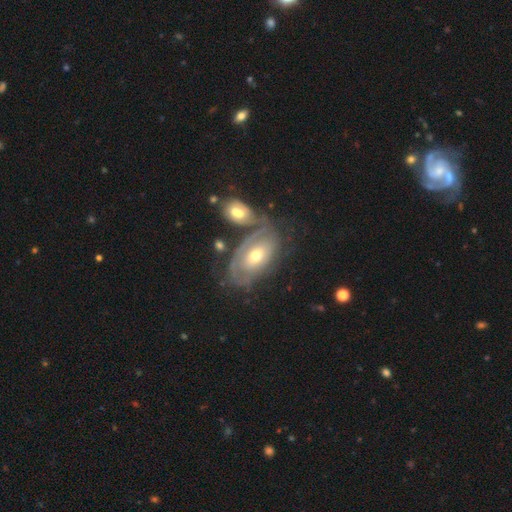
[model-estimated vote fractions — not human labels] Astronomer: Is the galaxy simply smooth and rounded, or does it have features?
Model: featured or disk — 68%.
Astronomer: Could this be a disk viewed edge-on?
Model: no — 92%.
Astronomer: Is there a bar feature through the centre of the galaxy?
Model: no — 74%.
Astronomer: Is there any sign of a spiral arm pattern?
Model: yes — 65%.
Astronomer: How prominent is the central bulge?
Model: moderate — 64%.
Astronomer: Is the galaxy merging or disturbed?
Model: none — 42% (runner-up: merger, 27%).